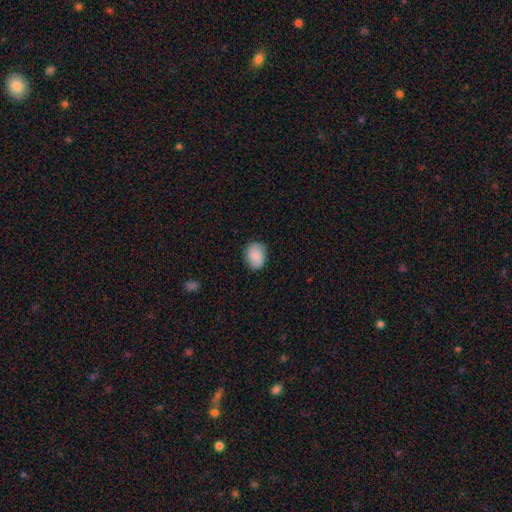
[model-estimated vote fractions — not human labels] Smooth or featured: smooth — 82% (featured or disk — 10%)
How rounded: in between — 58% (round — 41%)
Merging: none — 80% (minor disturbance — 16%)